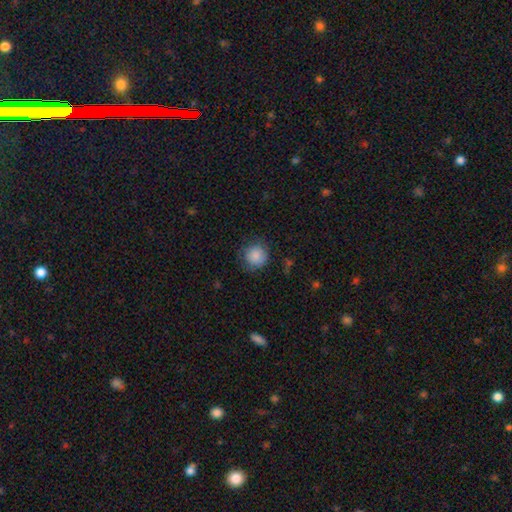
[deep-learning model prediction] The model was most divided on "merging": none: 77%, minor disturbance: 17%, major disturbance: 5%, merger: 1%. More confident: how rounded — round (92%); smooth or featured — smooth (85%).